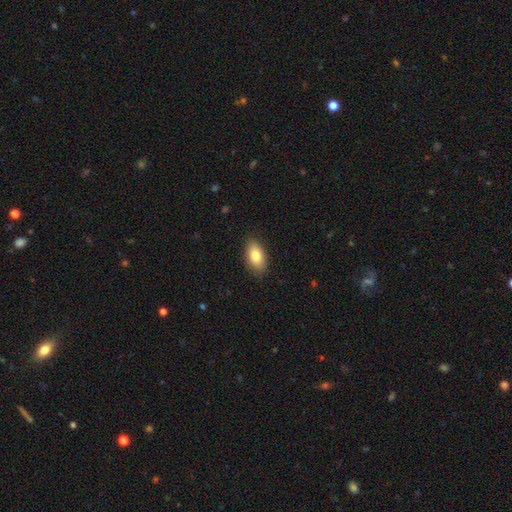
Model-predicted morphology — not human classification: A smooth galaxy with no disk features (82%) that is in between round and cigar-shaped (92%). Merging: none (86%).